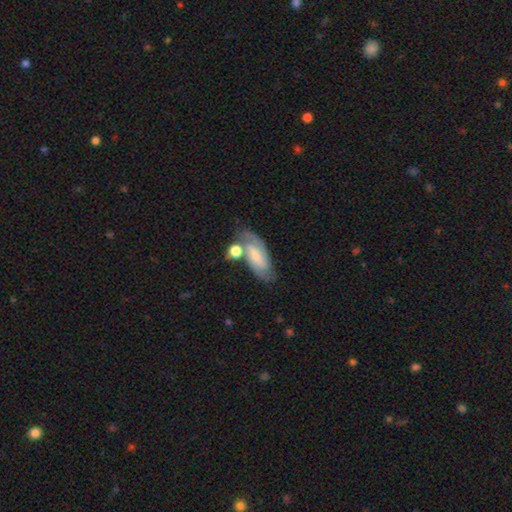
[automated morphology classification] type=featured or disk (62%); edge-on=no (93%); bar=weak (40%); spiral arms=yes (91%); winding=medium (45%); arm count=2 (78%); bulge=small (47%); merging=none (54%).